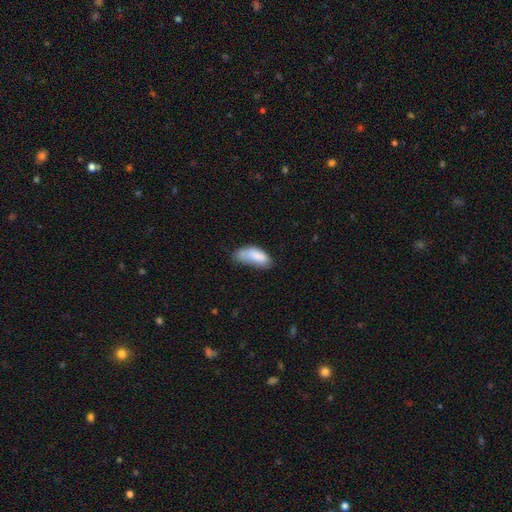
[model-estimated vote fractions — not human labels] Smooth or featured: smooth — 79% (featured or disk — 13%)
How rounded: in between — 83% (cigar-shaped — 15%)
Merging: minor disturbance — 35% (none — 32%)